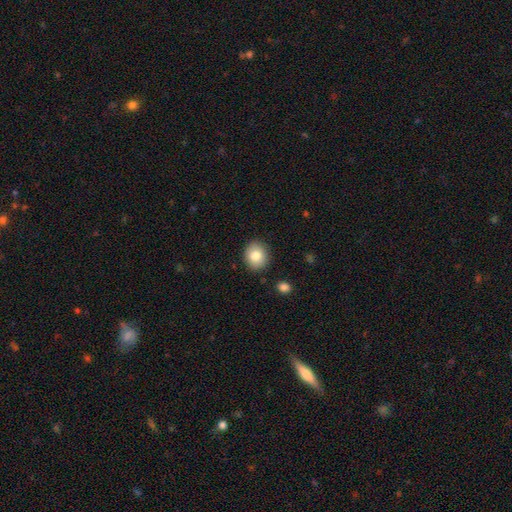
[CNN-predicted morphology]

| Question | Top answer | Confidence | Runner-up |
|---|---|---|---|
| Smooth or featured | smooth | 82% | featured or disk (9%) |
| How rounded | round | 72% | in between (27%) |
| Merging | none | 88% | minor disturbance (8%) |